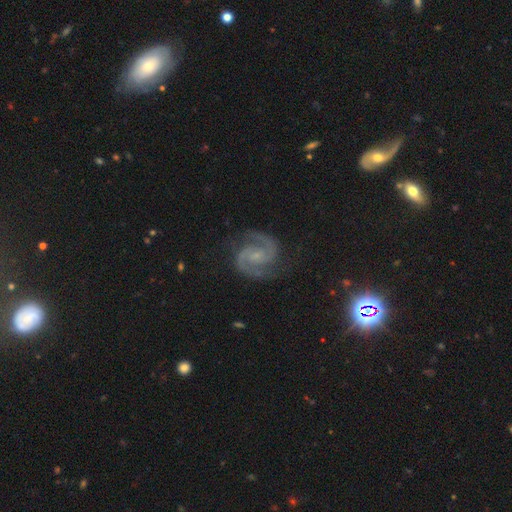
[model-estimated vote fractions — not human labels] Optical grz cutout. It shows a featured or disk galaxy (91%) with no bar (48%), 2 (94%) medium (60%) spiral arms (99%) and a small central bulge (66%). Merging: none (82%).